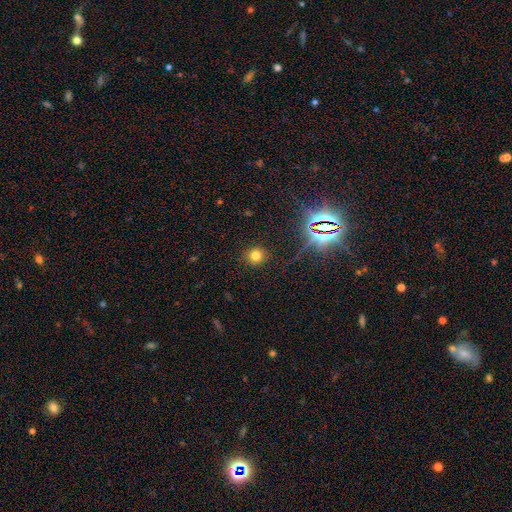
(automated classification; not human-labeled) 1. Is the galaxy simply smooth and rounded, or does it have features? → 71% smooth, 21% star or artifact, 8% featured or disk.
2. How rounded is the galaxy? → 91% round, 8% in between, 1% cigar-shaped.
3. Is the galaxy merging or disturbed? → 90% none, 7% minor disturbance, 3% major disturbance, 1% merger.